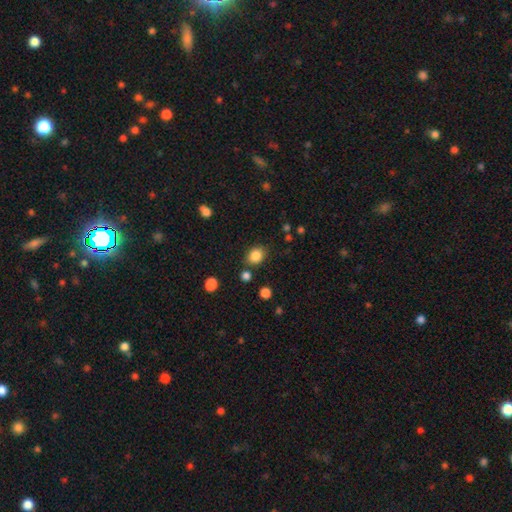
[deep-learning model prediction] Q: Smooth or featured?
A: smooth (85%); runner-up: star or artifact (11%)
Q: How rounded?
A: round (60%); runner-up: in between (40%)
Q: Merging?
A: none (80%); runner-up: minor disturbance (11%)